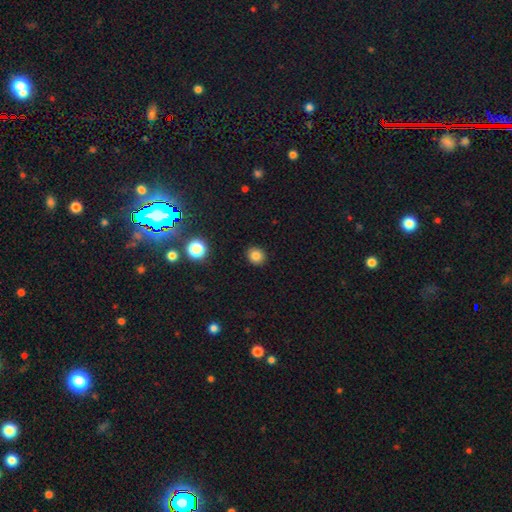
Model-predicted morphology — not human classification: This appears to be a smooth galaxy with no disk features (82%) that is round (80%). Merging: none (91%).